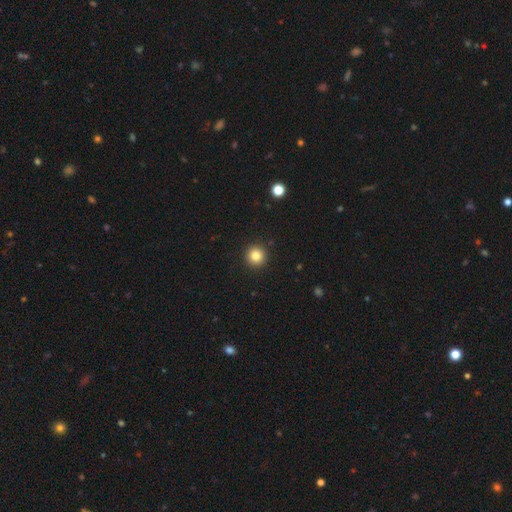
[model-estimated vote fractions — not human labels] smooth 84%, star or artifact 11%, featured or disk 5%. Down the decision tree: how rounded — round (95%); merging — none (92%).